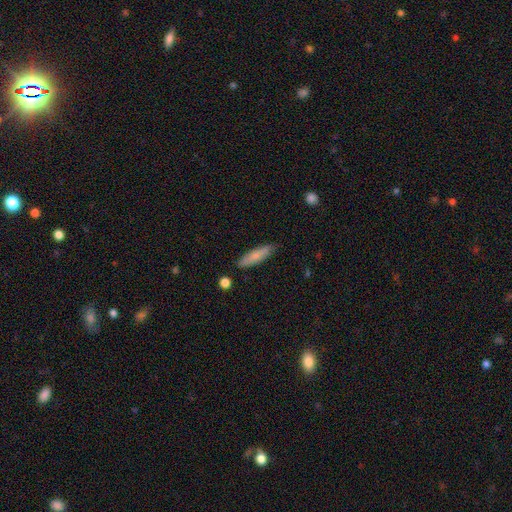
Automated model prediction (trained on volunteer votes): A smooth galaxy with no disk features (76%) that is cigar-shaped (74%).

Vote fractions:
- Smooth or featured? smooth: 76% / featured or disk: 18% / star or artifact: 6%
- How rounded? cigar-shaped: 74% / in between: 25% / round: 2%
- Merging? none: 84% / minor disturbance: 12% / major disturbance: 2% / merger: 2%